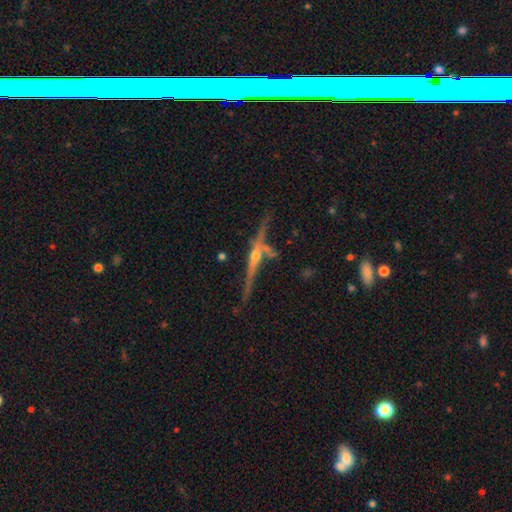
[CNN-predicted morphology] A featured or disk galaxy (79%) viewed edge-on (95%) with a rounded central bulge (83%). Merging: none (64%).